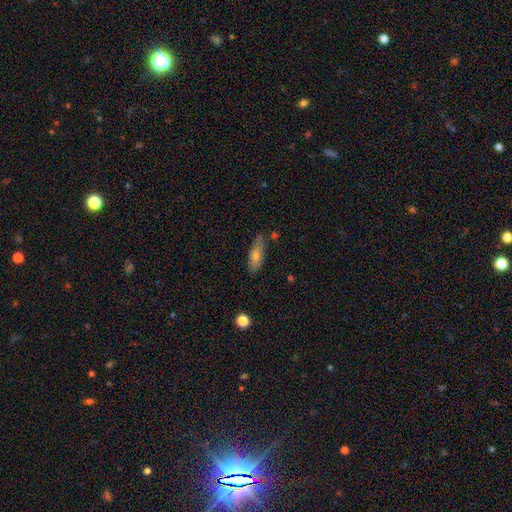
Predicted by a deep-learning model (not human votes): Smooth or featured? smooth (62%)
How rounded? in between (50%)
Merging? none (75%)